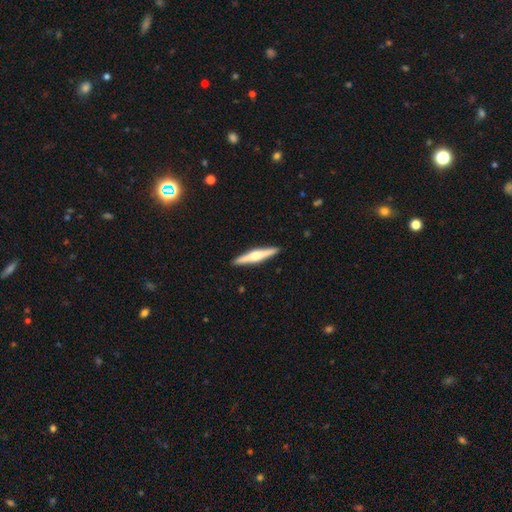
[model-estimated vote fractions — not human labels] smooth-or-featured: featured or disk: 67% | smooth: 28% | star or artifact: 5%
  disk-edge-on: yes: 98% | no: 2%
    edge-on-bulge: rounded: 88% | boxy: 7% | none: 4%
  merging: none: 92% | minor disturbance: 6% | major disturbance: 1% | merger: 1%